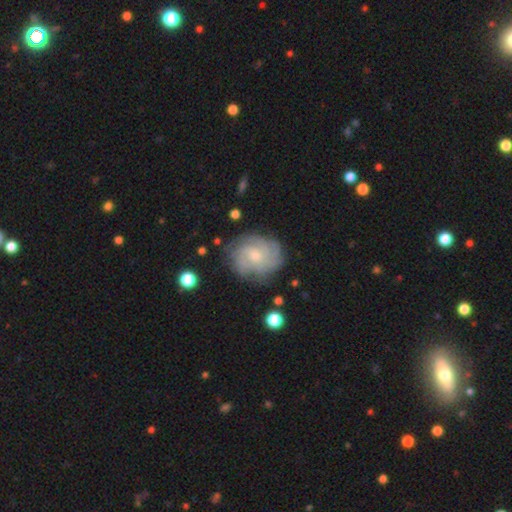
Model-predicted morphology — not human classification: This is likely a featured or disk galaxy (76%). It is clearly not viewed edge-on (98%). Bar: likely no (67%). Spiral arm pattern: clearly yes (92%). Spiral arm count: marginally can't tell (41%). Spiral winding: likely tight (62%). Central bulge: possibly small (54%). Merging: likely none (75%).